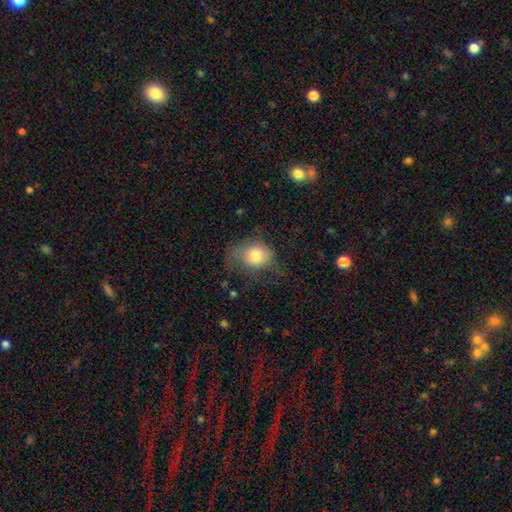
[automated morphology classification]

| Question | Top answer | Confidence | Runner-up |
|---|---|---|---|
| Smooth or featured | smooth | 73% | featured or disk (17%) |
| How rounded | round | 52% | in between (47%) |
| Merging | none | 42% | minor disturbance (30%) |